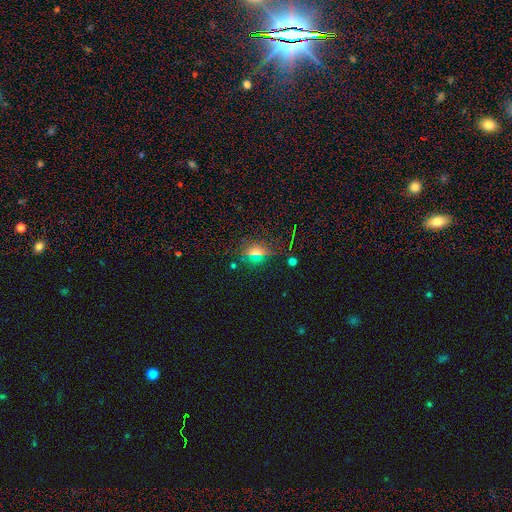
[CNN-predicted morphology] type=smooth (49%); merging=none (83%).